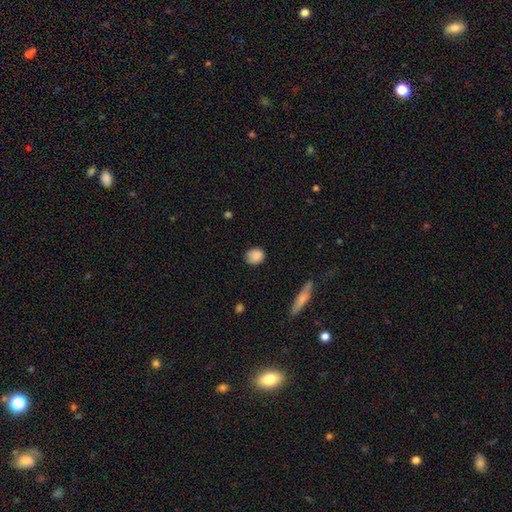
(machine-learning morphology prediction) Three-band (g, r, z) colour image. It shows a smooth galaxy with no disk features (87%) that is round (74%). Merging: none (81%).